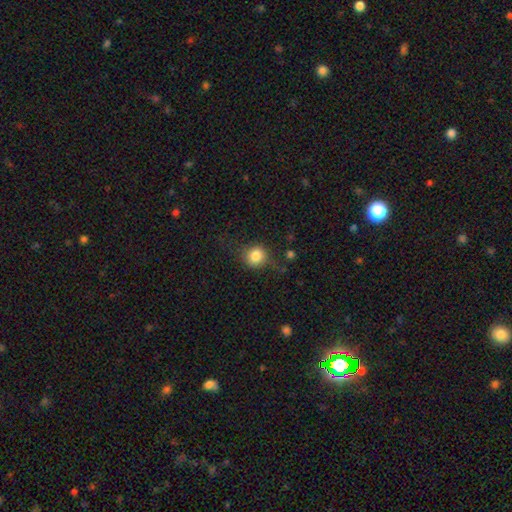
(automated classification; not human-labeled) The model was most divided on "merging": none: 70%, minor disturbance: 18%, major disturbance: 9%, merger: 2%. More confident: how rounded — round (87%); smooth or featured — smooth (81%).